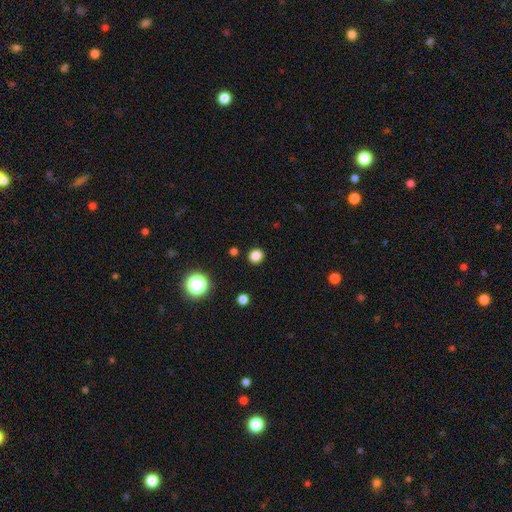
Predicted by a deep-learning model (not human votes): This is clearly a smooth galaxy (83%). How rounded: clearly round (87%). Merging: clearly none (91%).